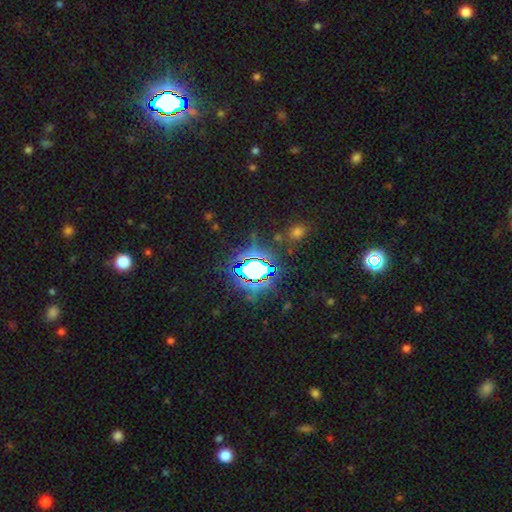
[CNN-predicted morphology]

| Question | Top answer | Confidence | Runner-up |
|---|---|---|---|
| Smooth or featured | star or artifact | 75% | smooth (15%) |